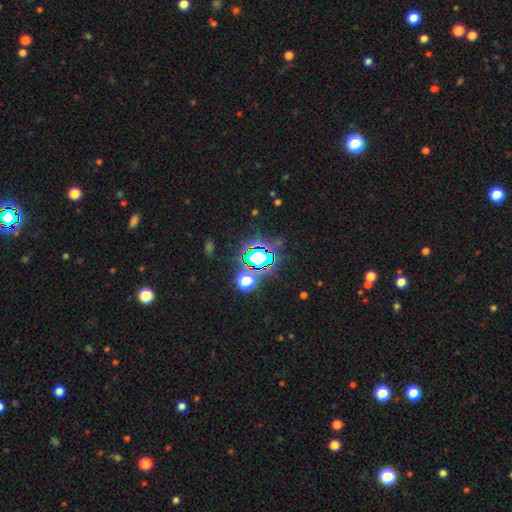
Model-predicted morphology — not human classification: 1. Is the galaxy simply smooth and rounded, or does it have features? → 71% star or artifact, 19% smooth, 10% featured or disk.